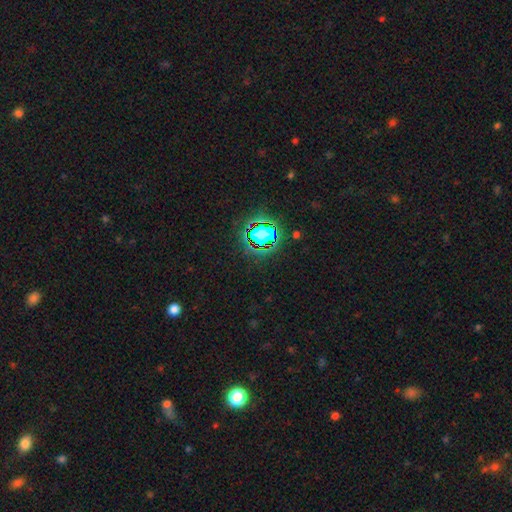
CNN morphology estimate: Smooth or featured? star or artifact (80%)